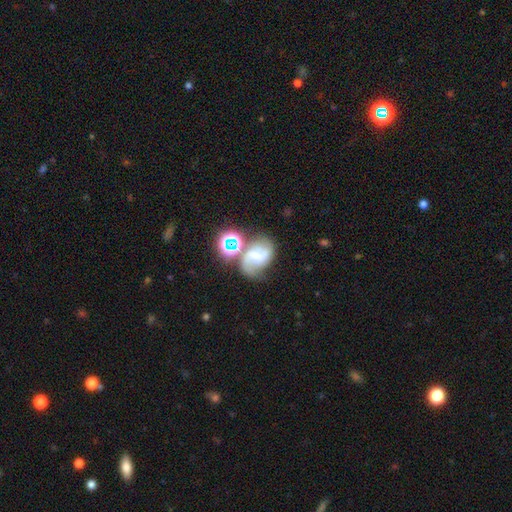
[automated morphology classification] smooth_or_featured: featured or disk (p=0.69) [alt: smooth p=0.17]
disk_edge_on: no (p=0.97) [alt: yes p=0.03]
bar: no (p=0.48) [alt: weak p=0.40]
has_spiral_arms: yes (p=0.92) [alt: no p=0.08]
spiral_winding: medium (p=0.51) [alt: loose p=0.32]
spiral_arm_count: 2 (p=0.84) [alt: can't tell p=0.07]
bulge_size: moderate (p=0.56) [alt: small p=0.35]
merging: none (p=0.53) [alt: minor disturbance p=0.19]